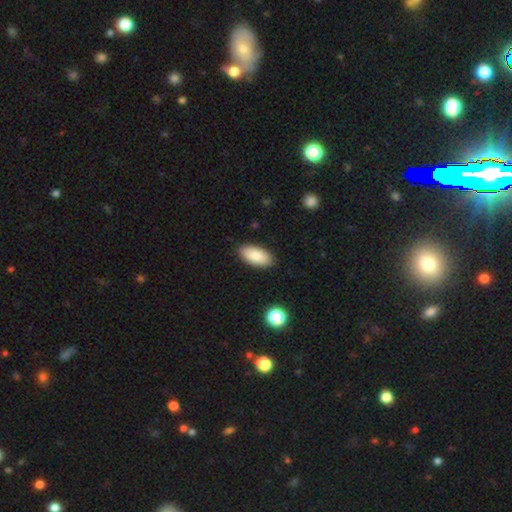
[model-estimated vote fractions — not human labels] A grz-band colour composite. It shows a smooth galaxy with no disk features (87%) that is in between round and cigar-shaped (93%). Merging: none (88%).